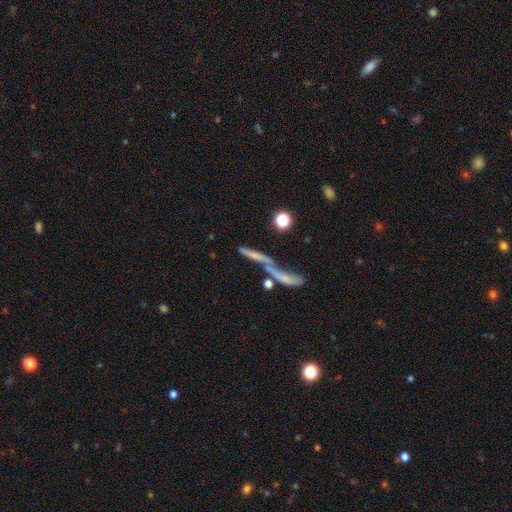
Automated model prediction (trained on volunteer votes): Smooth or featured? Predicted: smooth (p=0.49). Merging? Predicted: merger (p=0.45).